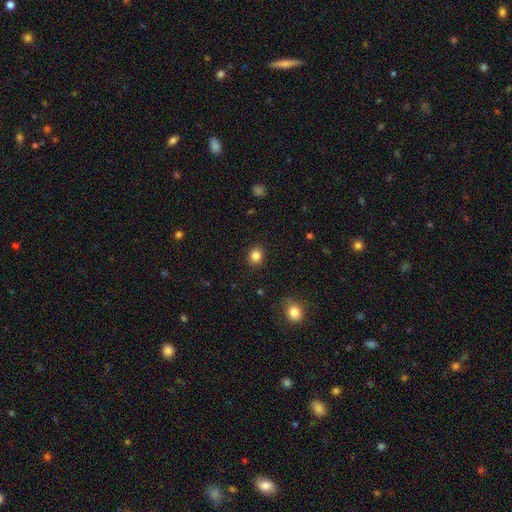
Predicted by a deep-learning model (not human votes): smooth_or_featured: smooth (p=0.84) [alt: star or artifact p=0.11]
how_rounded: round (p=0.68) [alt: in between p=0.31]
merging: none (p=0.89) [alt: minor disturbance p=0.07]